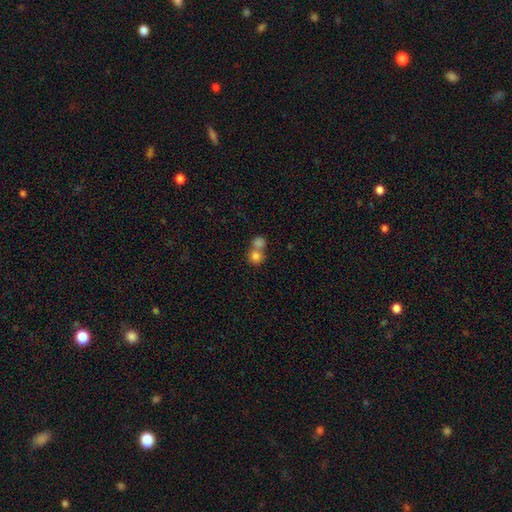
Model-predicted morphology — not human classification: Smooth or featured?
  - smooth: 80% *
  - star or artifact: 11%
  - featured or disk: 10%
How rounded?
  - round: 85% *
  - in between: 14%
  - cigar-shaped: 1%
Merging?
  - merger: 58% *
  - none: 35%
  - minor disturbance: 5%
  - major disturbance: 2%